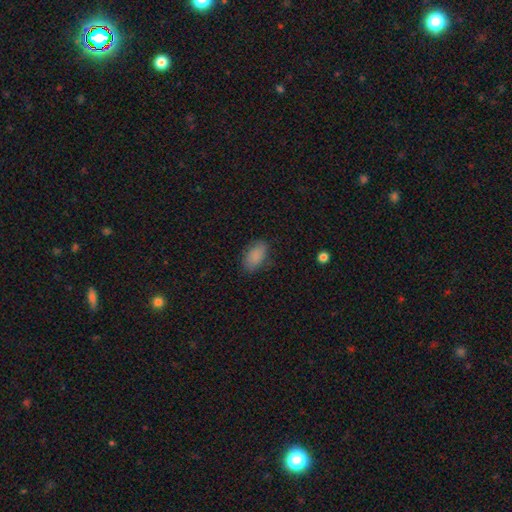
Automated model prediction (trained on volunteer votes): Smooth or featured? Predicted: smooth (p=0.87). How rounded? Predicted: in between (p=0.92). Merging? Predicted: none (p=0.80).